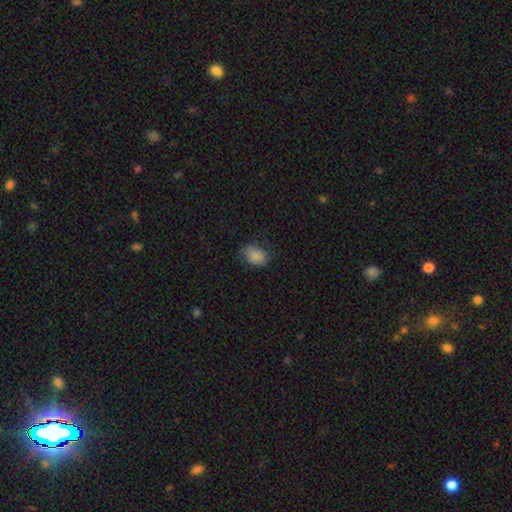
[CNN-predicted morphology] This is clearly a smooth galaxy (86%). How rounded: likely in between (74%). Merging: likely none (68%).